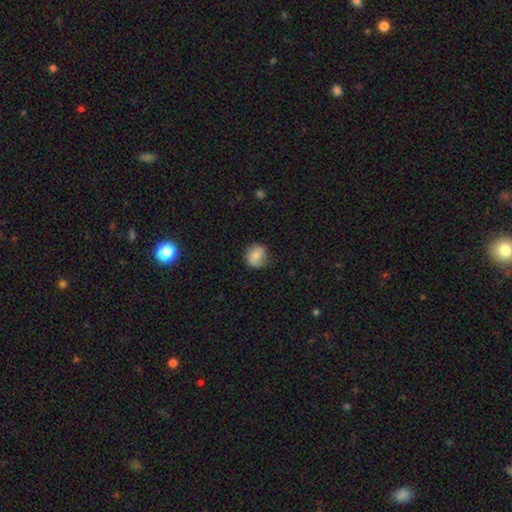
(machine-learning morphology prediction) This is likely a smooth galaxy (78%). How rounded: clearly round (82%). Merging: likely none (72%).